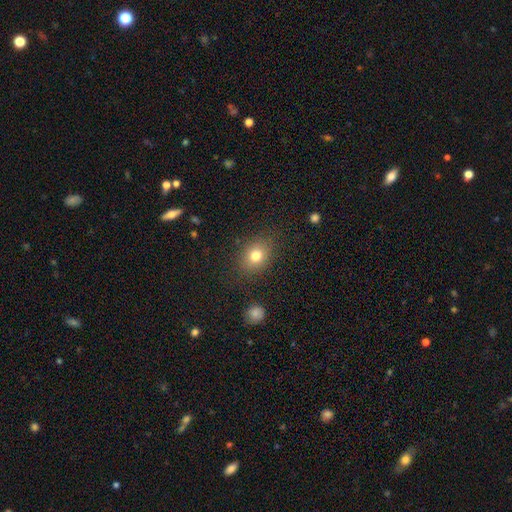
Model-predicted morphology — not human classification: Q: Smooth or featured?
A: smooth (77%); runner-up: star or artifact (12%)
Q: How rounded?
A: in between (53%); runner-up: round (46%)
Q: Merging?
A: none (83%); runner-up: minor disturbance (11%)